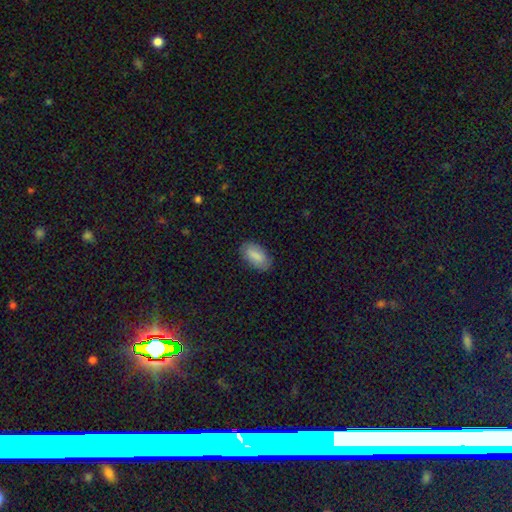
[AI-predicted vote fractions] A smooth galaxy with no disk features (86%) that is in between round and cigar-shaped (93%).

Vote fractions:
- Smooth or featured? smooth: 86% / featured or disk: 8% / star or artifact: 6%
- How rounded? in between: 93% / cigar-shaped: 4% / round: 3%
- Merging? none: 83% / minor disturbance: 13% / major disturbance: 3% / merger: 1%